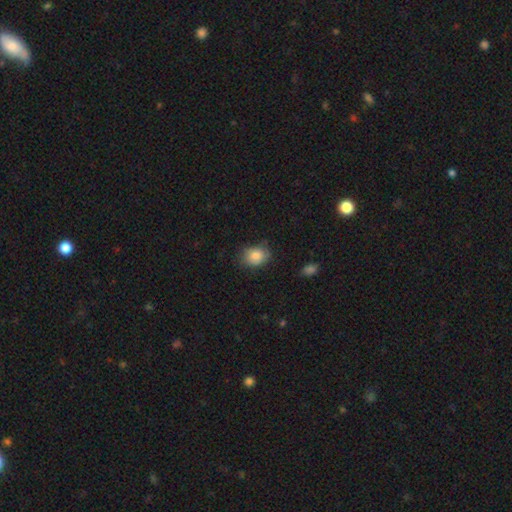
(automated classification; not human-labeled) smooth 82%, featured or disk 10%, star or artifact 8%. Down the decision tree: how rounded — in between (59%); merging — none (69%).